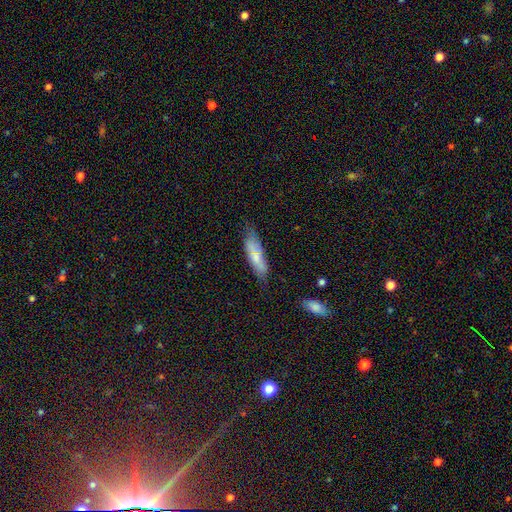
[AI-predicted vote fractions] Morphology: type=smooth (66%); roundness=cigar-shaped (51%); merging=none (66%).